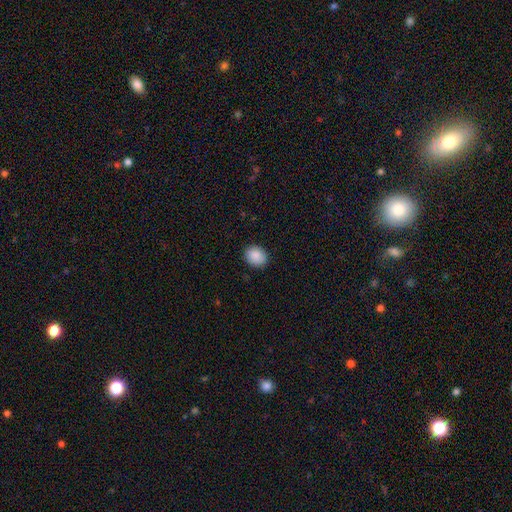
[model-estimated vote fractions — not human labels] Smooth or featured?
  - smooth: 89% *
  - star or artifact: 7%
  - featured or disk: 4%
How rounded?
  - round: 56% *
  - in between: 44%
  - cigar-shaped: 1%
Merging?
  - none: 88% *
  - minor disturbance: 9%
  - major disturbance: 2%
  - merger: 1%